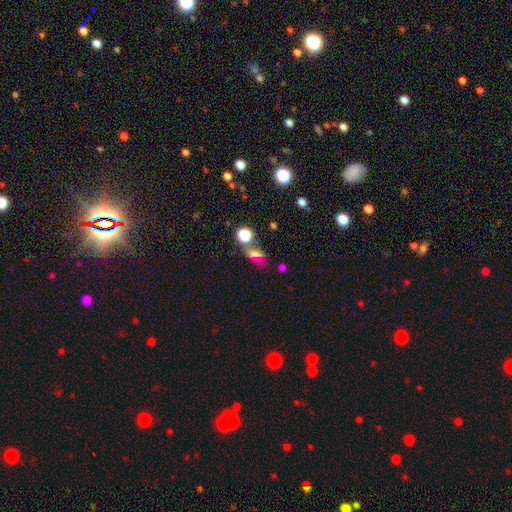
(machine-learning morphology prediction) The model was most divided on "smooth or featured": smooth: 56%, star or artifact: 26%, featured or disk: 18%. More confident: how rounded — in between (71%); merging — none (58%).